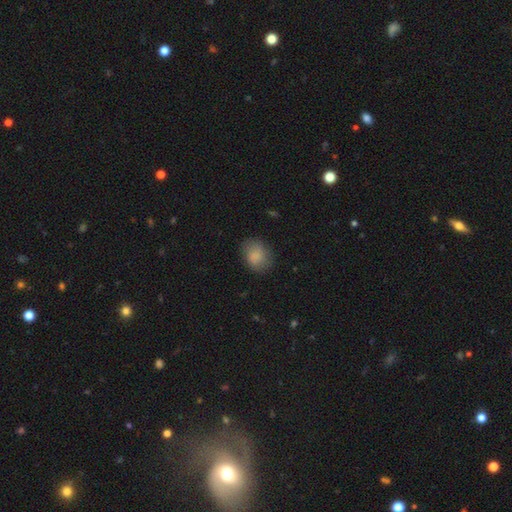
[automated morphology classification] Smooth or featured? Predicted: smooth (p=0.85). How rounded? Predicted: in between (p=0.50). Merging? Predicted: none (p=0.77).